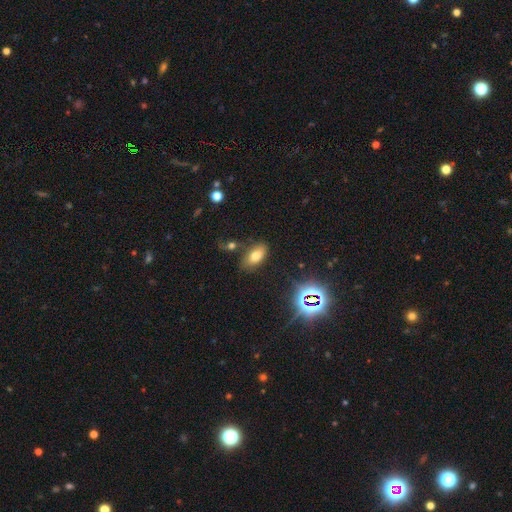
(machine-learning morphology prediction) Smooth or featured? smooth (71%)
How rounded? in between (91%)
Merging? none (70%)